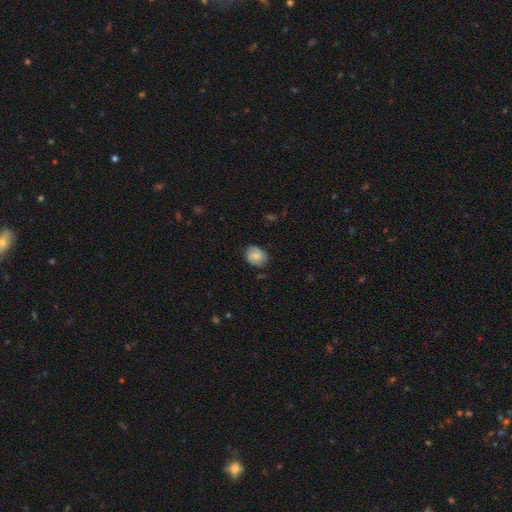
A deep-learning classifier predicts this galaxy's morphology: Smooth or featured? Predicted: smooth (p=0.65). How rounded? Predicted: round (p=0.56). Merging? Predicted: none (p=0.72).